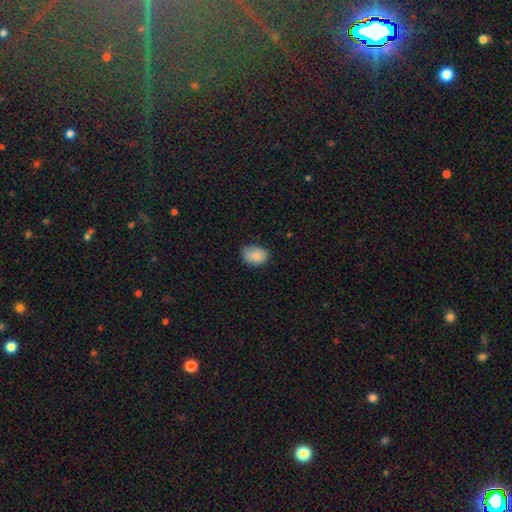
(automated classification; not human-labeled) The model was most divided on "how rounded": in between: 68%, round: 31%, cigar-shaped: 1%. More confident: smooth or featured — smooth (86%); merging — none (70%).